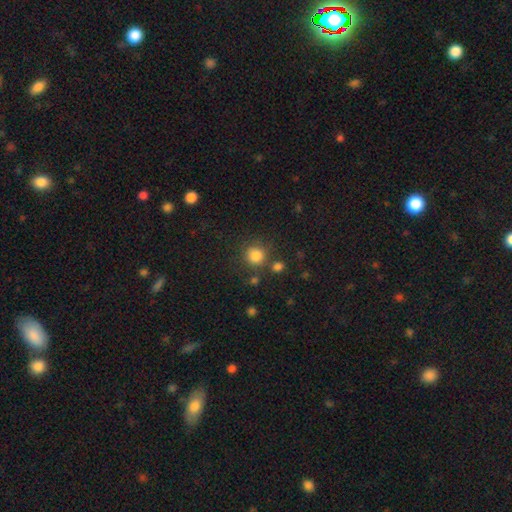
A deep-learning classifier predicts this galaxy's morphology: A smooth galaxy with no disk features (83%) that is round (91%).

Vote fractions:
- Smooth or featured? smooth: 83% / star or artifact: 12% / featured or disk: 5%
- How rounded? round: 91% / in between: 8% / cigar-shaped: 1%
- Merging? none: 77% / minor disturbance: 10% / merger: 9% / major disturbance: 4%